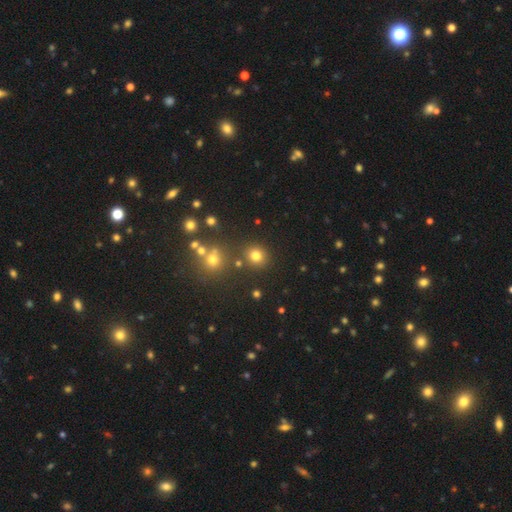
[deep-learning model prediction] A smooth galaxy with no disk features (76%) that is round (89%).

Vote fractions:
- Smooth or featured? smooth: 76% / star or artifact: 17% / featured or disk: 6%
- How rounded? round: 89% / in between: 10% / cigar-shaped: 1%
- Merging? none: 83% / minor disturbance: 8% / merger: 6% / major disturbance: 3%